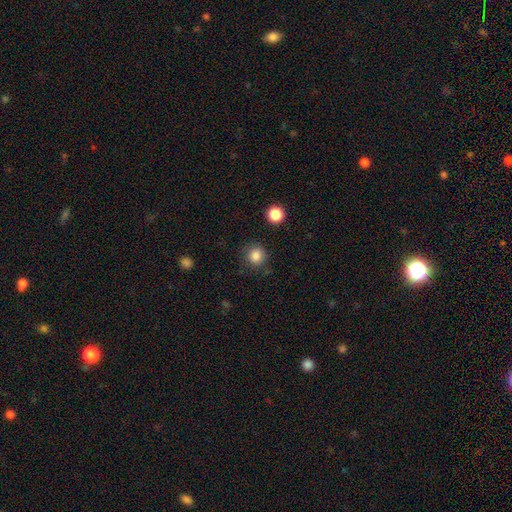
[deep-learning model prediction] smooth 85%, star or artifact 11%, featured or disk 4%. Down the decision tree: how rounded — round (91%); merging — none (85%).